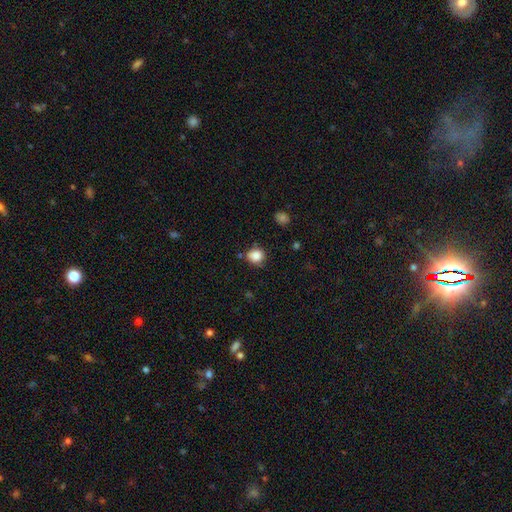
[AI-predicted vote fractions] Morphology: type=smooth (85%); roundness=round (77%); merging=none (73%).